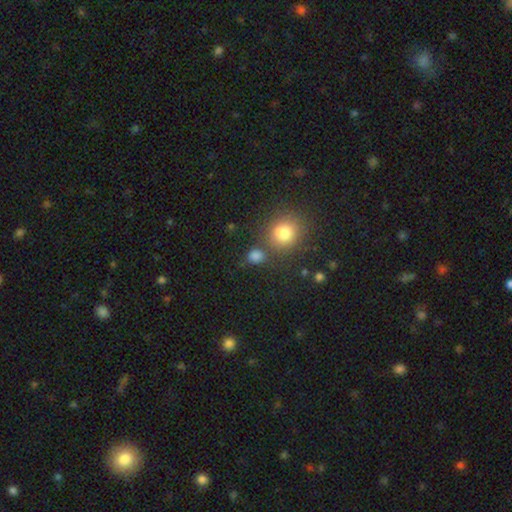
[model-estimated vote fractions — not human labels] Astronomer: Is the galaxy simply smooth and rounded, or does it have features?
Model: smooth — 80%.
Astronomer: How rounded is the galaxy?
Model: round — 62% (runner-up: in between, 37%).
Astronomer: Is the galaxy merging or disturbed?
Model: none — 66%.